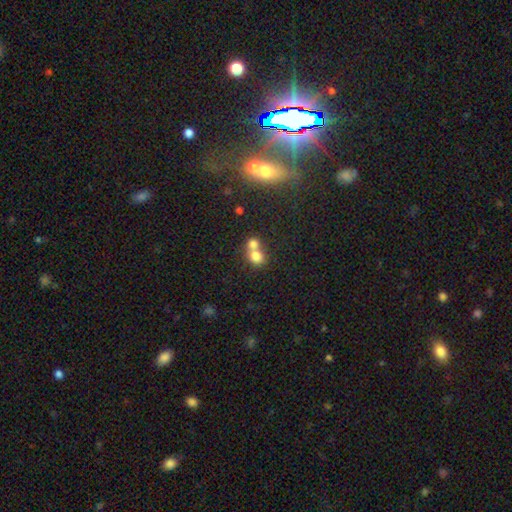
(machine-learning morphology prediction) Smooth or featured: smooth — 76% (featured or disk — 12%)
How rounded: round — 73% (in between — 26%)
Merging: merger — 65% (none — 28%)